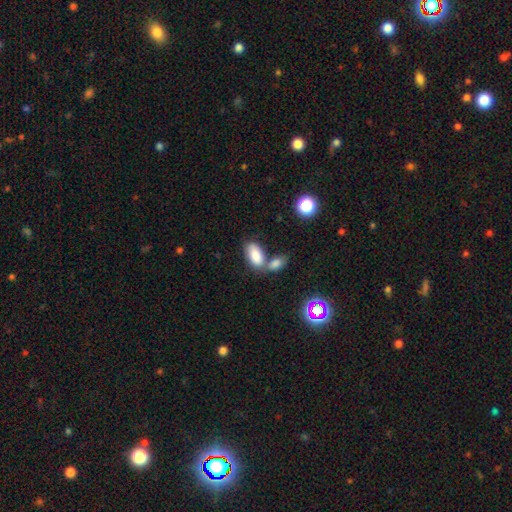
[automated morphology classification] smooth-or-featured: smooth: 84% | featured or disk: 8% | star or artifact: 8%
  how-rounded: in between: 92% | cigar-shaped: 5% | round: 3%
  merging: merger: 45% | none: 39% | minor disturbance: 12% | major disturbance: 5%